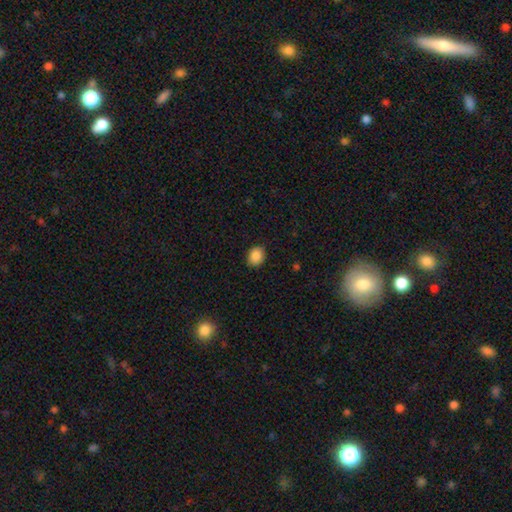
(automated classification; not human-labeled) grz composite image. It shows a smooth galaxy with no disk features (88%) that is in between round and cigar-shaped (51%). Merging: none (87%).